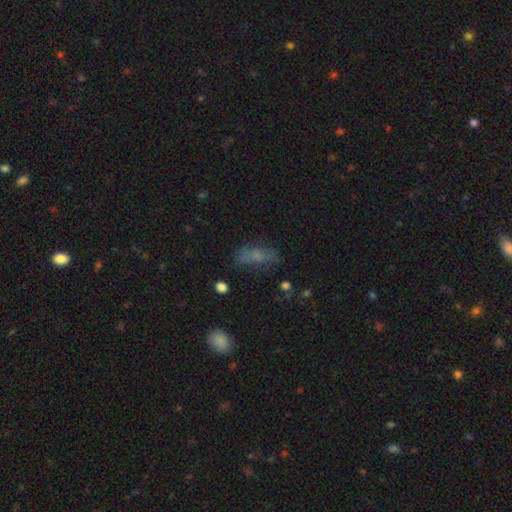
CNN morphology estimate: smooth-or-featured: smooth: 62% | featured or disk: 22% | star or artifact: 16%
  how-rounded: in between: 72% | cigar-shaped: 22% | round: 6%
  merging: none: 59% | minor disturbance: 24% | major disturbance: 13% | merger: 4%